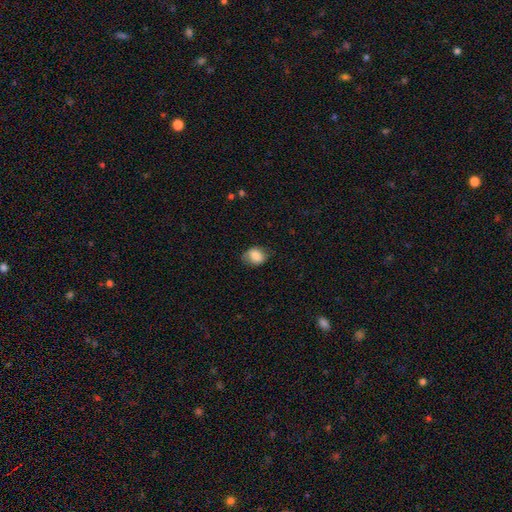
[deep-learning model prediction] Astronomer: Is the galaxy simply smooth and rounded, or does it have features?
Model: smooth — 80%.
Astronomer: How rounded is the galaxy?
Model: in between — 60% (runner-up: round, 38%).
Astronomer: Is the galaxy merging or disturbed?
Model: none — 70%.